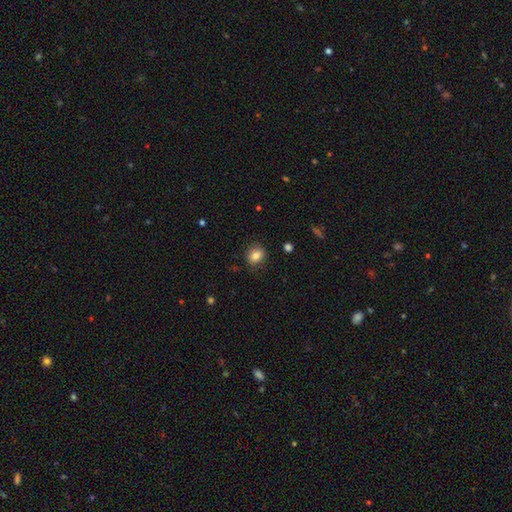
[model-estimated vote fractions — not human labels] smooth 82%, star or artifact 10%, featured or disk 8%. Down the decision tree: how rounded — round (56%); merging — none (84%).